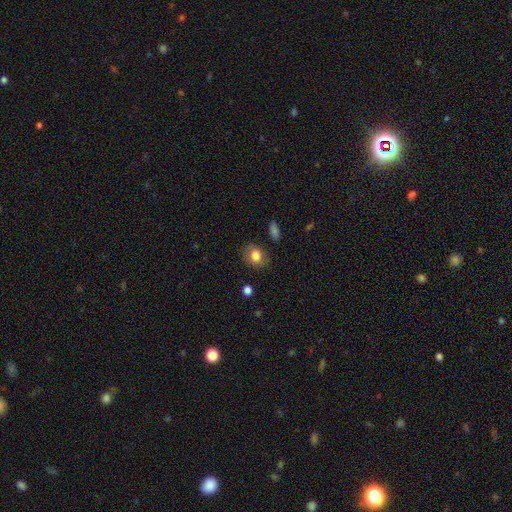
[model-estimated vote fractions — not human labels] The model was most divided on "how rounded": in between: 53%, round: 46%, cigar-shaped: 1%. More confident: smooth or featured — smooth (78%); merging — none (78%).